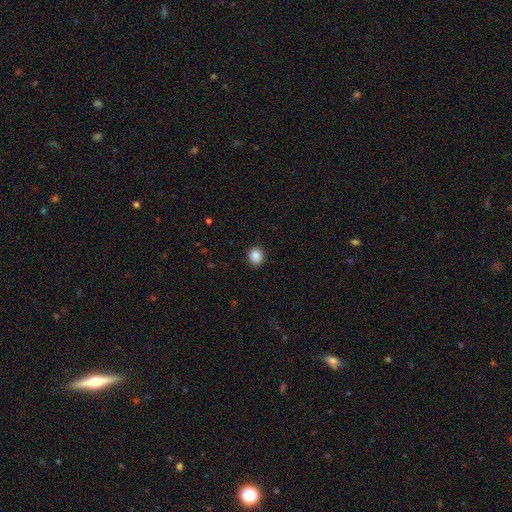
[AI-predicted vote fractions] smooth-or-featured: smooth: 88% | star or artifact: 9% | featured or disk: 3%
  how-rounded: round: 79% | in between: 20% | cigar-shaped: 1%
  merging: none: 91% | minor disturbance: 6% | major disturbance: 2% | merger: 1%